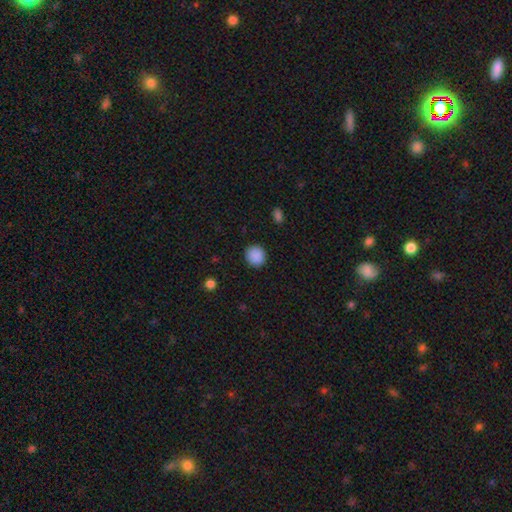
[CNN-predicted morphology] Overall: smooth (89%). How rounded: round (89%). Merging: none (91%).